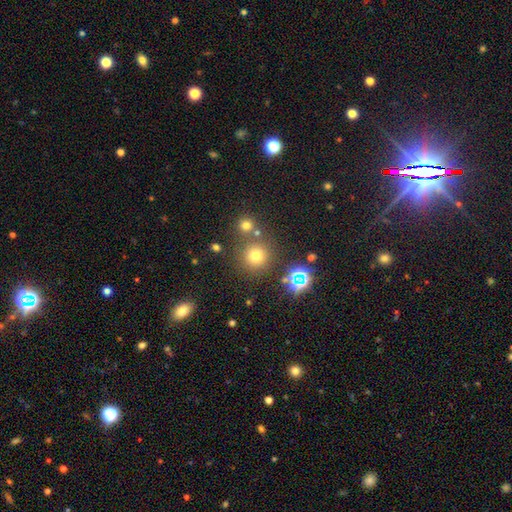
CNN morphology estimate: The model was most divided on "smooth or featured": smooth: 69%, star or artifact: 23%, featured or disk: 8%. More confident: how rounded — round (94%); merging — none (78%).